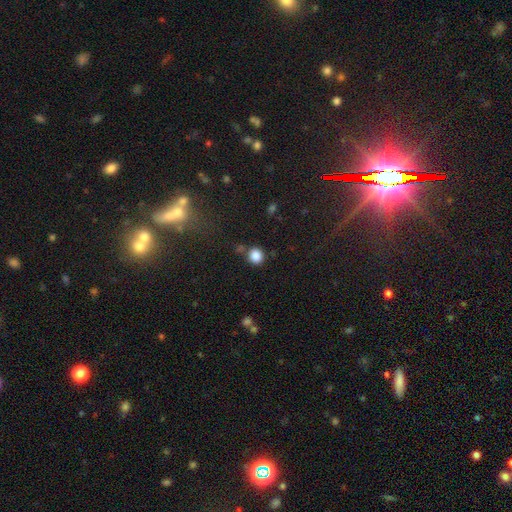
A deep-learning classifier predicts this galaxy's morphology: Smooth or featured?
  - smooth: 85% *
  - star or artifact: 11%
  - featured or disk: 4%
How rounded?
  - round: 85% *
  - in between: 14%
  - cigar-shaped: 1%
Merging?
  - none: 76% *
  - minor disturbance: 12%
  - merger: 9%
  - major disturbance: 4%